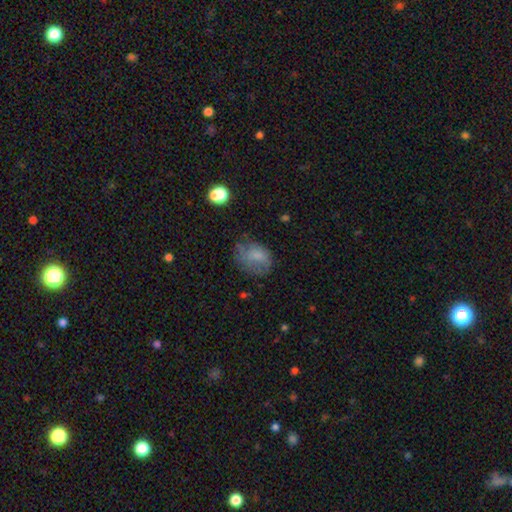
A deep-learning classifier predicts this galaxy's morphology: Q: Smooth or featured?
A: smooth (70%); runner-up: featured or disk (19%)
Q: How rounded?
A: in between (58%); runner-up: round (41%)
Q: Merging?
A: none (46%); runner-up: minor disturbance (30%)